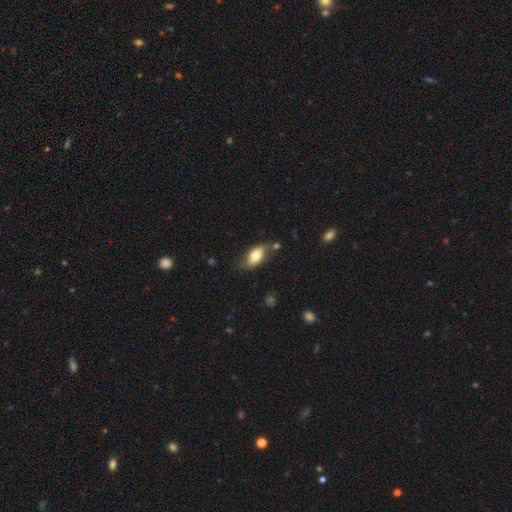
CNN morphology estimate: Overall: smooth (75%). How rounded: in between (90%). Merging: none (71%).